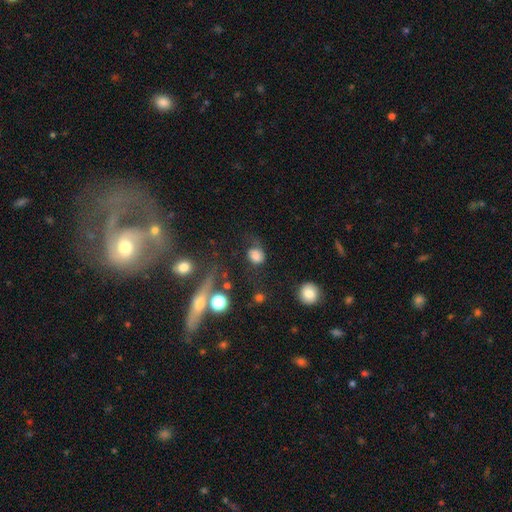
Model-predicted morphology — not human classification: This is likely a smooth galaxy (72%). How rounded: possibly round (57%). Merging: marginally none (44%).